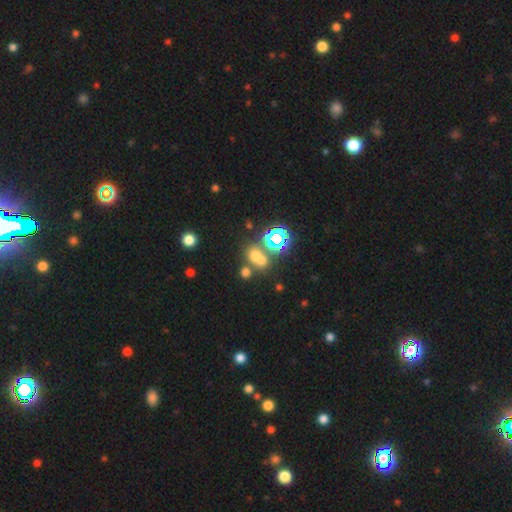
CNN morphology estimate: smooth-or-featured: smooth: 54% | star or artifact: 35% | featured or disk: 11%
  how-rounded: round: 58% | in between: 41% | cigar-shaped: 2%
  merging: none: 48% | merger: 37% | minor disturbance: 9% | major disturbance: 5%